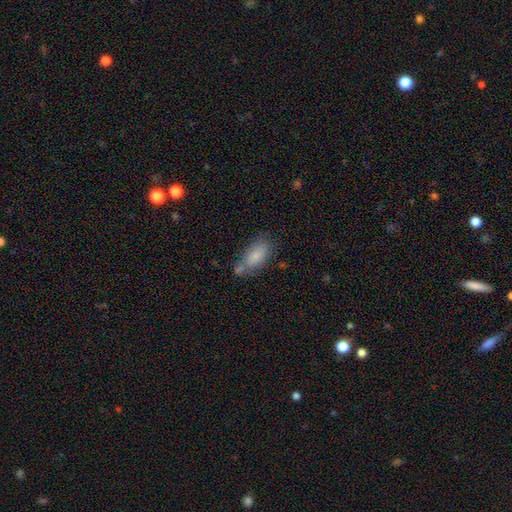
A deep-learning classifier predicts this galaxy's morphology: smooth-or-featured: smooth: 80% | featured or disk: 13% | star or artifact: 7%
  how-rounded: in between: 89% | cigar-shaped: 8% | round: 3%
  merging: none: 56% | minor disturbance: 22% | merger: 16% | major disturbance: 7%